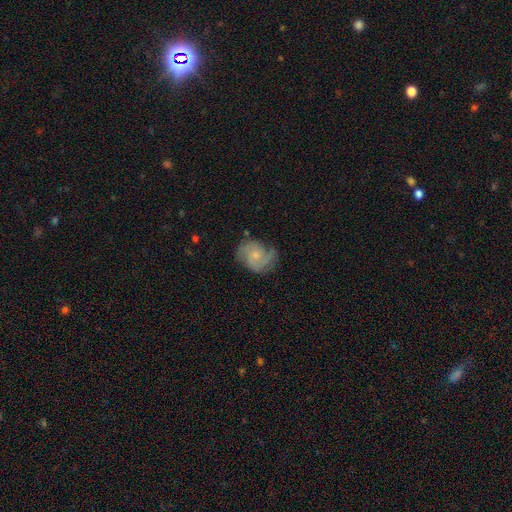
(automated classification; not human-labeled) featured or disk 70%, smooth 23%, star or artifact 7%. Down the decision tree: edge-on disk — no (98%); bar — no (72%); spiral arms — yes (93%); spiral arm count — 2 (69%); spiral winding — medium (47%); bulge size — small (59%); merging — none (67%).